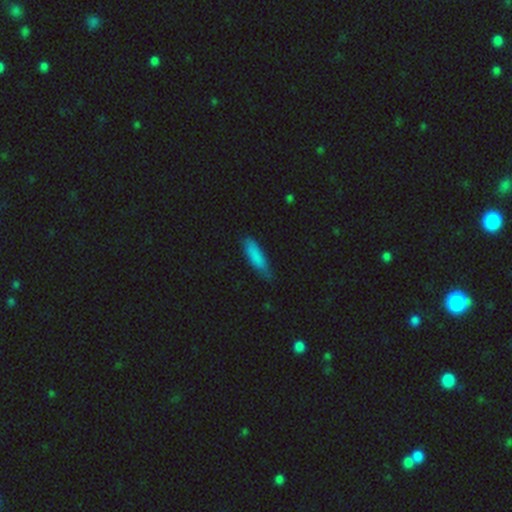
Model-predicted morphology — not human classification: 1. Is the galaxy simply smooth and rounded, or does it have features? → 84% smooth, 10% featured or disk, 7% star or artifact.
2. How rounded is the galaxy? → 61% cigar-shaped, 37% in between, 2% round.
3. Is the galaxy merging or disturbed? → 69% none, 26% minor disturbance, 4% major disturbance, 2% merger.